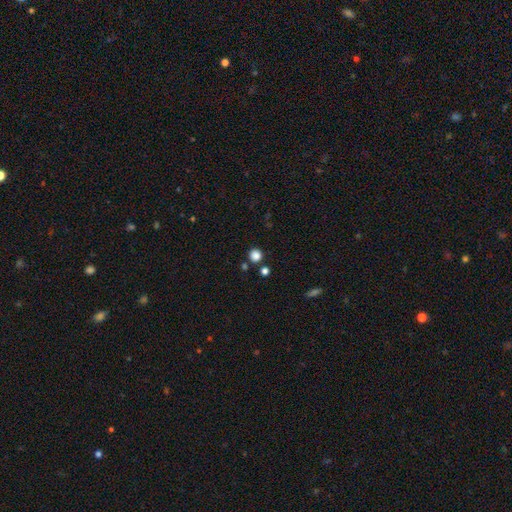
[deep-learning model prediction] Morphology: type=smooth (83%); roundness=round (92%); merging=none (84%).